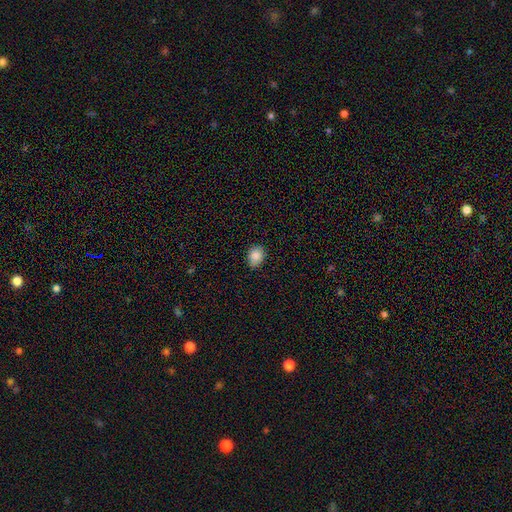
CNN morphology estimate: This appears to be a smooth galaxy with no disk features (86%) that is in between round and cigar-shaped (53%). Merging: none (76%).